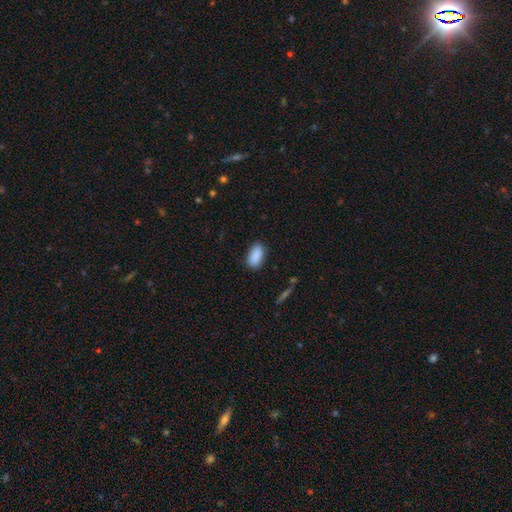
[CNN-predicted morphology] This appears to be a smooth galaxy with no disk features (90%) that is in between round and cigar-shaped (93%). Merging: none (85%).